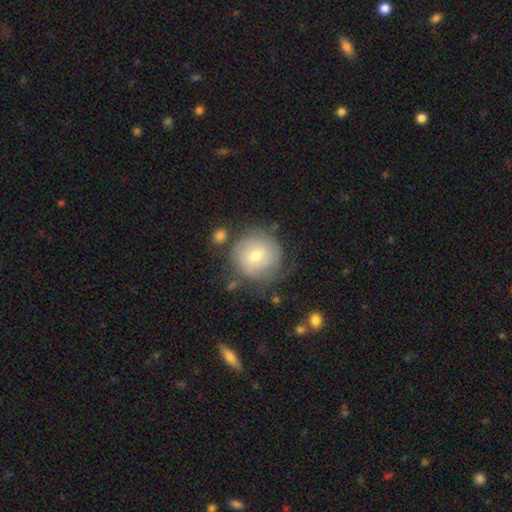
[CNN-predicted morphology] Smooth or featured? Predicted: smooth (p=0.50). How rounded? Predicted: round (p=0.91). Merging? Predicted: none (p=0.69).